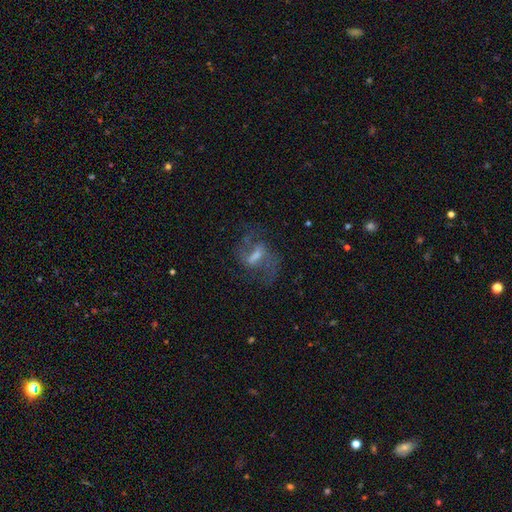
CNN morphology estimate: The model was most divided on "bulge size": moderate: 37%, small: 35%, none: 18%, large: 8%, dominant: 1%. Remaining: edge-on disk — no (95%); spiral arms — yes (89%); spiral arm count — 2 (85%); smooth or featured — featured or disk (76%); merging — none (64%); bar — weak (49%); spiral winding — loose (46%).